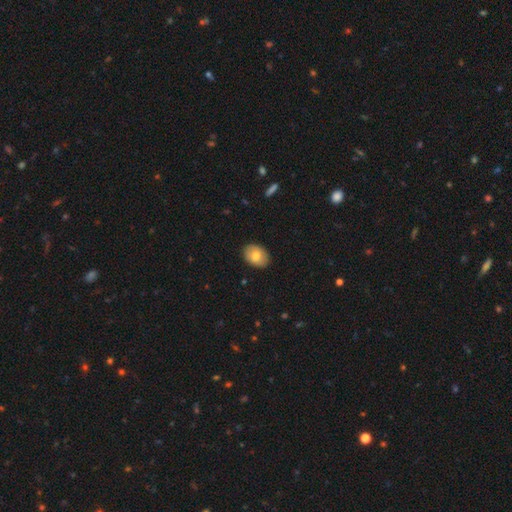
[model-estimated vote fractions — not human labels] smooth-or-featured: smooth: 78% | featured or disk: 15% | star or artifact: 7%
  how-rounded: in between: 76% | round: 23% | cigar-shaped: 1%
  merging: none: 89% | minor disturbance: 8% | major disturbance: 2% | merger: 1%